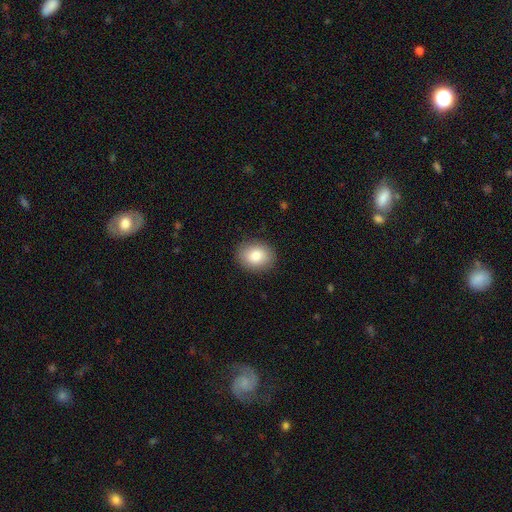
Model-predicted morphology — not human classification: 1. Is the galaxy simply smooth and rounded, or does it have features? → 82% smooth, 10% featured or disk, 8% star or artifact.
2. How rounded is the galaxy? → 50% round, 49% in between, 1% cigar-shaped.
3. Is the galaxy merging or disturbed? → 89% none, 8% minor disturbance, 2% major disturbance, 1% merger.